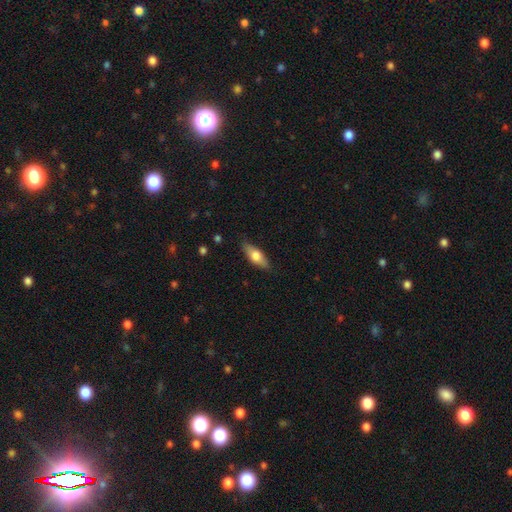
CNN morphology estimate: smooth 65%, featured or disk 29%, star or artifact 6%. Down the decision tree: how rounded — in between (72%); merging — none (84%).